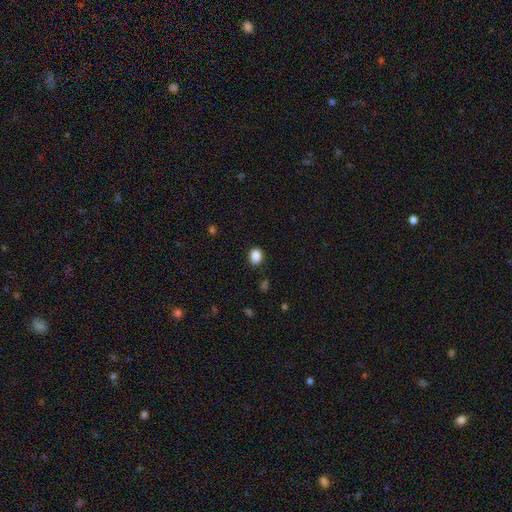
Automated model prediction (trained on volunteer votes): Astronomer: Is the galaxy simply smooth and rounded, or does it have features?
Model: smooth — 88%.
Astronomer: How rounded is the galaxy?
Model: in between — 56% (runner-up: round, 43%).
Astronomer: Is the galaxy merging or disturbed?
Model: none — 87%.